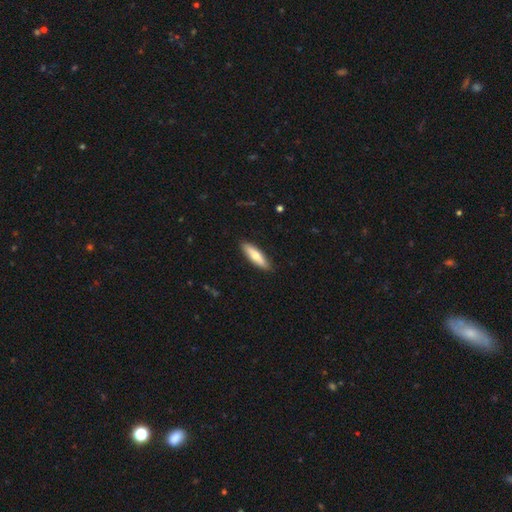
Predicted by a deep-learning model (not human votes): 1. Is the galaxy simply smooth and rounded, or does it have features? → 67% smooth, 28% featured or disk, 5% star or artifact.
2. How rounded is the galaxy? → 63% cigar-shaped, 35% in between, 2% round.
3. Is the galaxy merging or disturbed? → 88% none, 9% minor disturbance, 2% major disturbance, 1% merger.